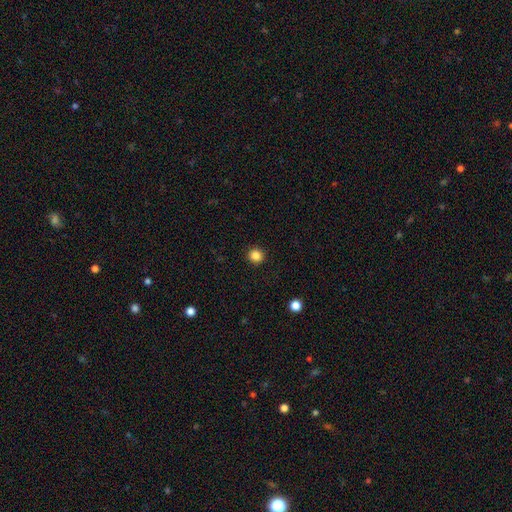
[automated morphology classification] Smooth or featured? Predicted: smooth (p=0.85). How rounded? Predicted: round (p=0.94). Merging? Predicted: none (p=0.93).